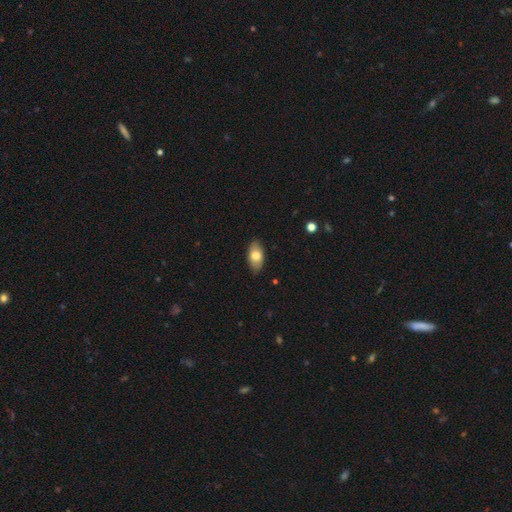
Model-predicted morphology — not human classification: This is likely a smooth galaxy (76%). How rounded: clearly in between (92%). Merging: clearly none (85%).